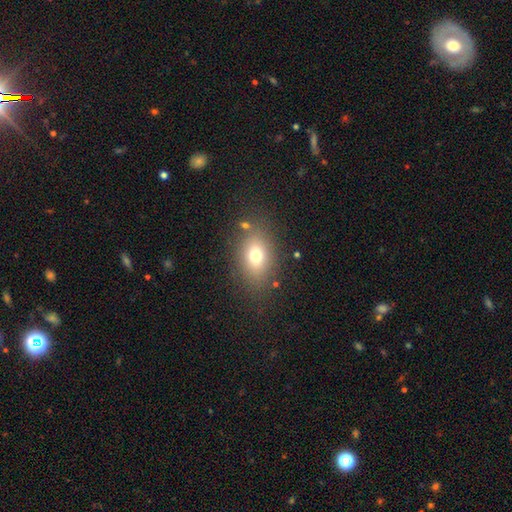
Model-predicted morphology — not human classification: Smooth or featured: smooth — 73% (featured or disk — 14%)
How rounded: in between — 74% (round — 25%)
Merging: none — 79% (minor disturbance — 12%)